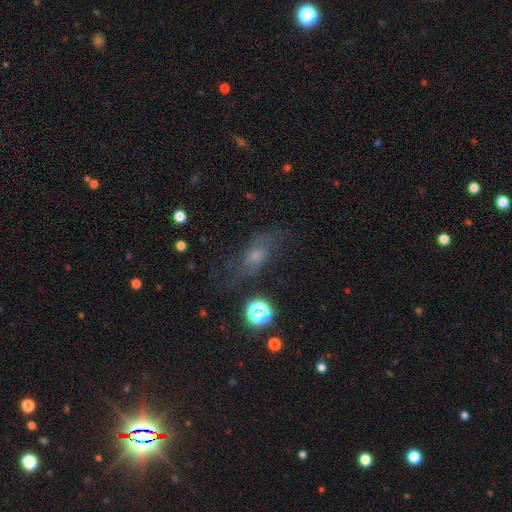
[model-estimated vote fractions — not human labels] smooth_or_featured: featured or disk (p=0.48) [alt: smooth p=0.28]
merging: none (p=0.63) [alt: minor disturbance p=0.20]